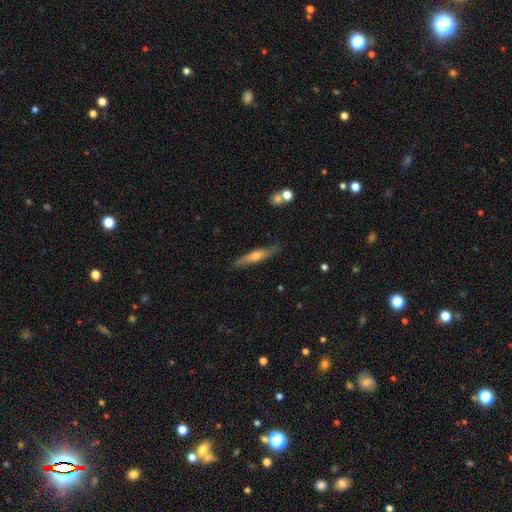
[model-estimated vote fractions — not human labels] This is possibly a featured or disk galaxy (56%). It is clearly viewed edge-on (85%). Merging: clearly none (81%).